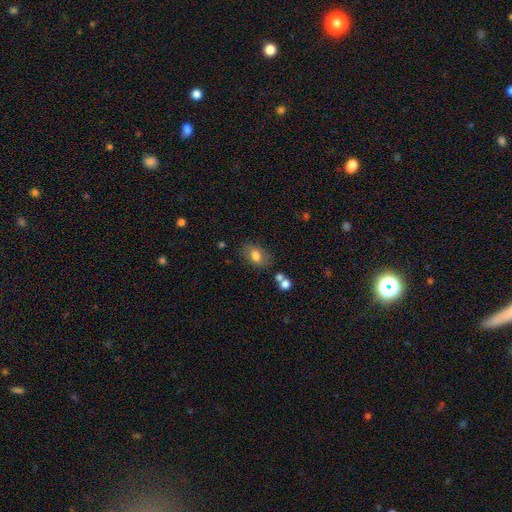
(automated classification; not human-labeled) smooth-or-featured: smooth: 79% | featured or disk: 12% | star or artifact: 9%
  how-rounded: in between: 81% | round: 17% | cigar-shaped: 1%
  merging: none: 73% | minor disturbance: 16% | merger: 6% | major disturbance: 5%